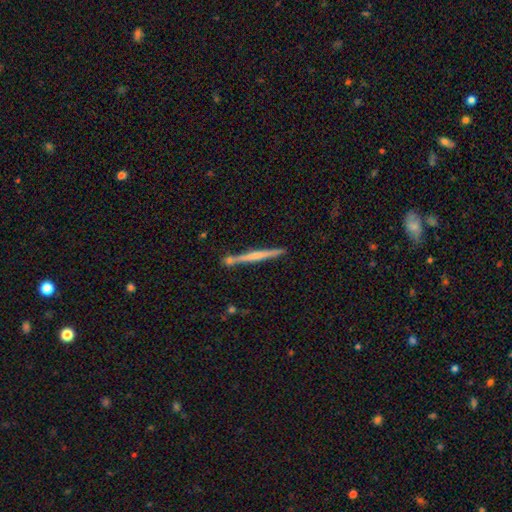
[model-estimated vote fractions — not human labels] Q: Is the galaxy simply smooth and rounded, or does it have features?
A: featured or disk — 57%.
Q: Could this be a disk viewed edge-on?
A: yes — 98%.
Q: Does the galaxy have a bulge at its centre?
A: none — 52%.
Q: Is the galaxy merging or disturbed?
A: none — 79%.